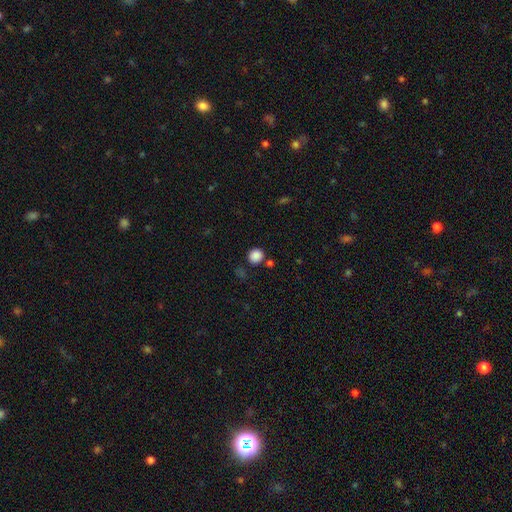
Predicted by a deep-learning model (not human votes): This appears to be a smooth galaxy with no disk features (86%) that is round (89%). Merging: none (80%).